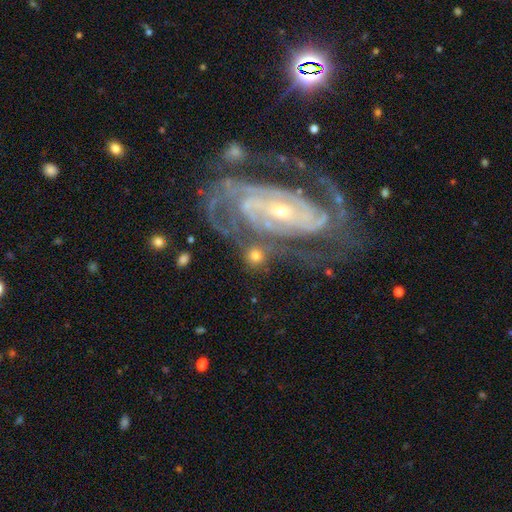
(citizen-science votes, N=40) Smooth or featured? 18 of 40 (45%, tied with featured or disk) said smooth. How rounded? 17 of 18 (94%) said round. Merging? 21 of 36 (58%) said none.